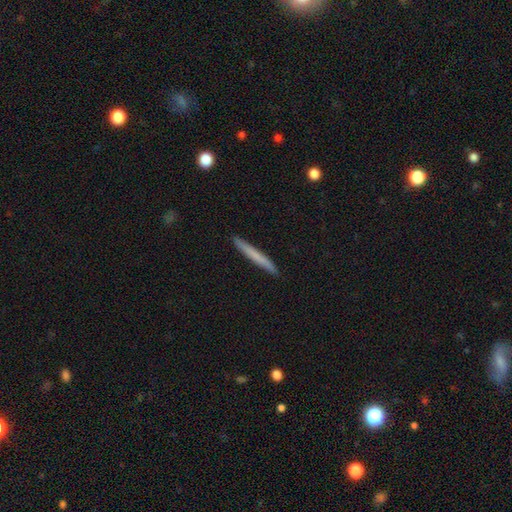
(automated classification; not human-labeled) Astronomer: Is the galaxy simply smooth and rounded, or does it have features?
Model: smooth — 66%.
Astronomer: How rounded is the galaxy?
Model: cigar-shaped — 97%.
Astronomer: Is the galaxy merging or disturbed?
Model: none — 92%.